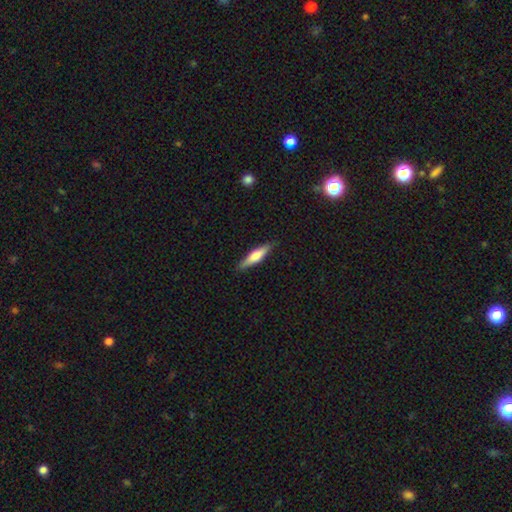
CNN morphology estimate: smooth 54%, featured or disk 41%, star or artifact 6%. Down the decision tree: how rounded — cigar-shaped (79%); merging — none (89%).